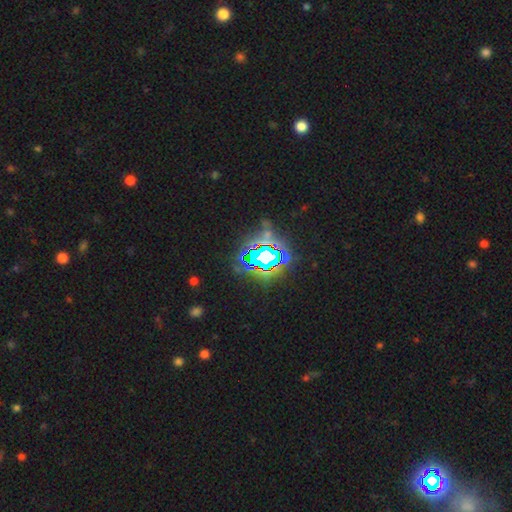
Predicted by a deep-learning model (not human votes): Q: Smooth or featured?
A: star or artifact (79%); runner-up: smooth (11%)